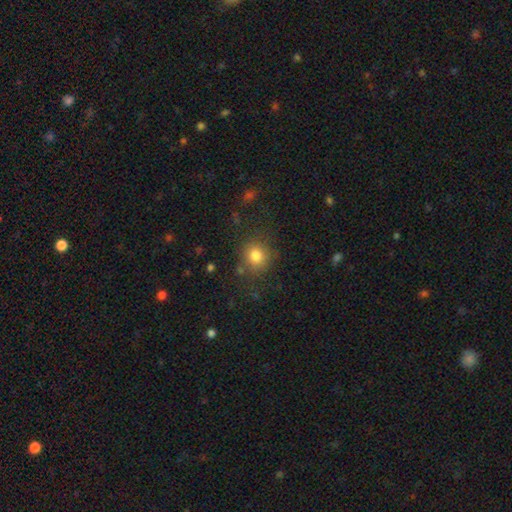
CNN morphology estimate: smooth-or-featured: smooth: 81% | star or artifact: 12% | featured or disk: 7%
  how-rounded: round: 84% | in between: 15% | cigar-shaped: 1%
  merging: none: 79% | minor disturbance: 13% | major disturbance: 5% | merger: 3%